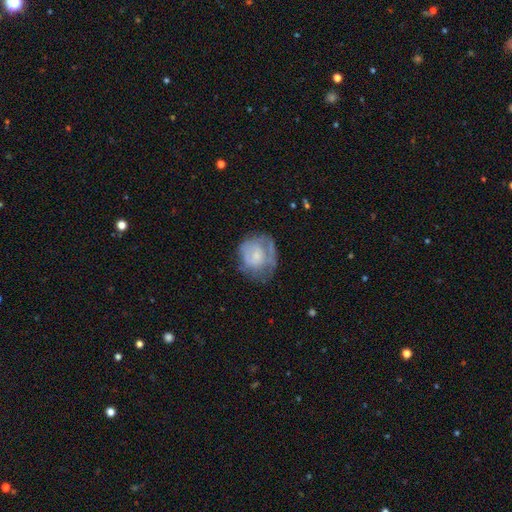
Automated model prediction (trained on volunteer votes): Q: Smooth or featured?
A: featured or disk (47%); runner-up: smooth (45%)
Q: Merging?
A: none (43%); runner-up: minor disturbance (28%)